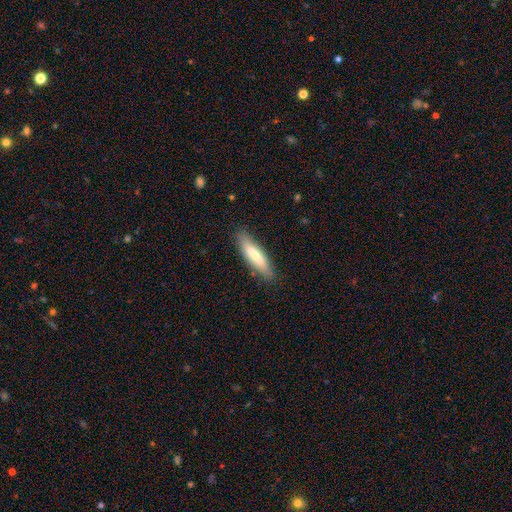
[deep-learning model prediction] smooth_or_featured: smooth (p=0.71) [alt: featured or disk p=0.23]
how_rounded: cigar-shaped (p=0.70) [alt: in between p=0.28]
merging: none (p=0.85) [alt: minor disturbance p=0.12]